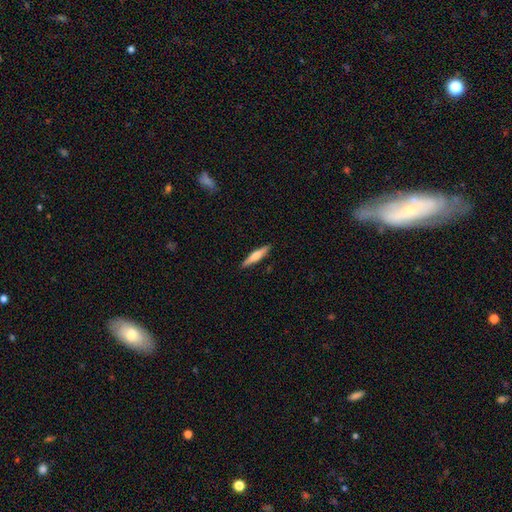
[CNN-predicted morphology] Q: Smooth or featured?
A: smooth (53%); runner-up: featured or disk (42%)
Q: How rounded?
A: cigar-shaped (87%); runner-up: in between (11%)
Q: Merging?
A: none (91%); runner-up: minor disturbance (7%)